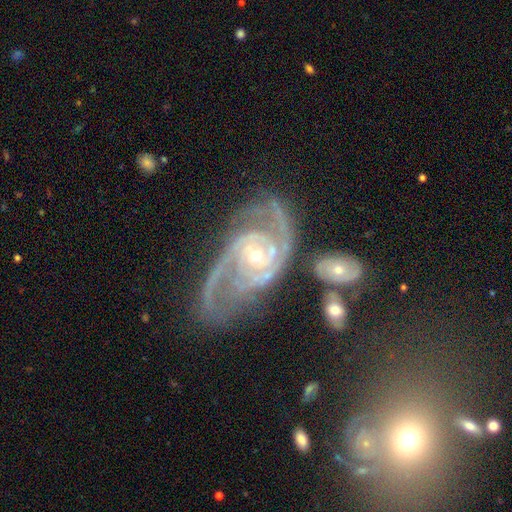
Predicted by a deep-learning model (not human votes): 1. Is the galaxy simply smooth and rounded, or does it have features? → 91% featured or disk, 5% star or artifact, 3% smooth.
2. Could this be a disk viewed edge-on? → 97% no, 3% yes.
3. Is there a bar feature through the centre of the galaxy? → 61% no, 26% weak, 13% strong.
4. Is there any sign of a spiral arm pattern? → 98% yes, 2% no.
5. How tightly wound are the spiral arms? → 47% medium, 41% tight, 11% loose.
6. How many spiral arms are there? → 65% 2, 16% 3, 8% can't tell, 4% 4, 4% 1, 3% more than 4.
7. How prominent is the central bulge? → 62% small, 34% moderate, 2% large, 1% none, 1% dominant.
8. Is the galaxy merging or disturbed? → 55% none, 20% minor disturbance, 17% major disturbance, 9% merger.